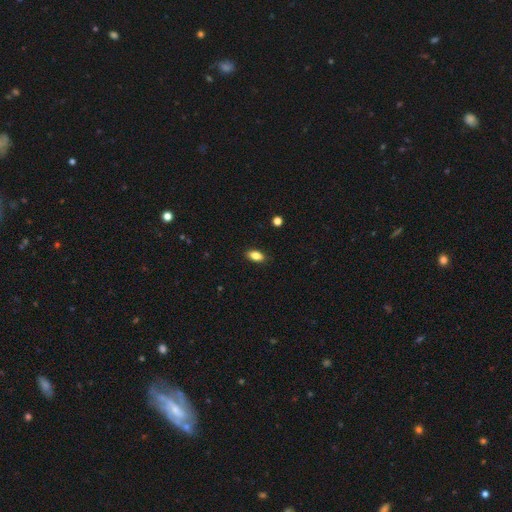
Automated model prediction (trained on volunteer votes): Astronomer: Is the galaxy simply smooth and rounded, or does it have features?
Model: smooth — 84%.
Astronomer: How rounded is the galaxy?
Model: in between — 88%.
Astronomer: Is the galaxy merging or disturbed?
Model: none — 88%.